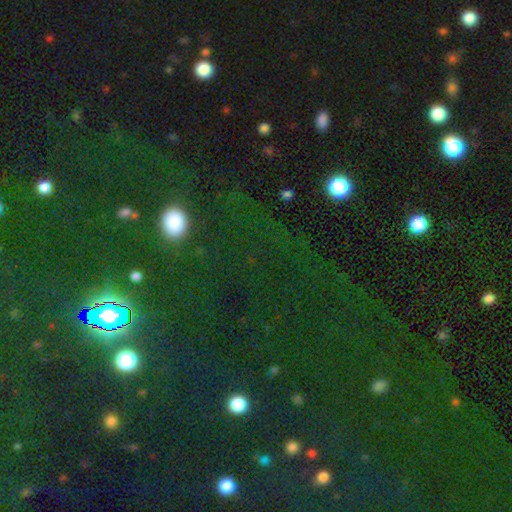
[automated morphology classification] A star or artifact, not a galaxy (59%).